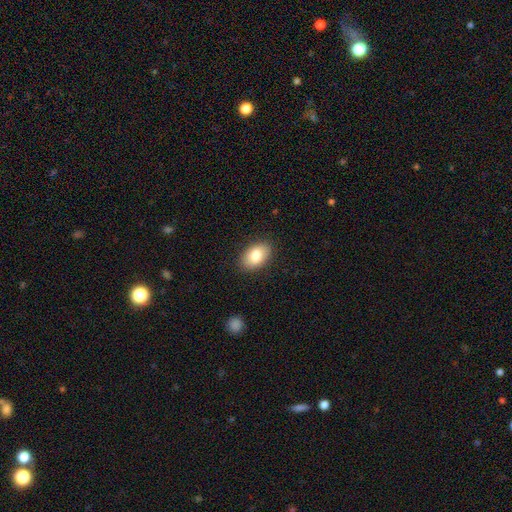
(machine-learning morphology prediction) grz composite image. It shows a smooth galaxy with no disk features (82%) that is in between round and cigar-shaped (89%). Merging: none (88%).